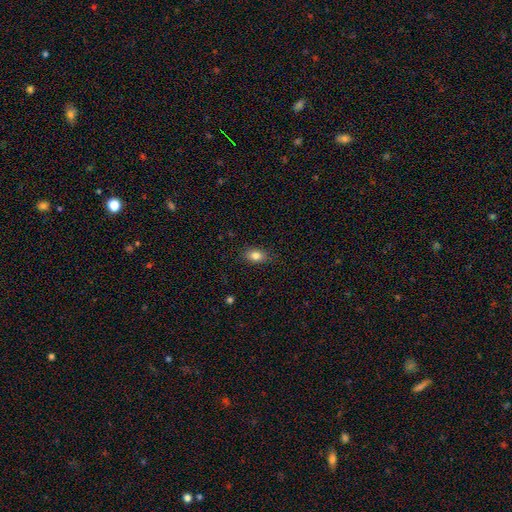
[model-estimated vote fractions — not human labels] smooth-or-featured: smooth: 83% | star or artifact: 9% | featured or disk: 8%
  how-rounded: in between: 79% | round: 18% | cigar-shaped: 3%
  merging: none: 83% | minor disturbance: 13% | major disturbance: 3% | merger: 1%